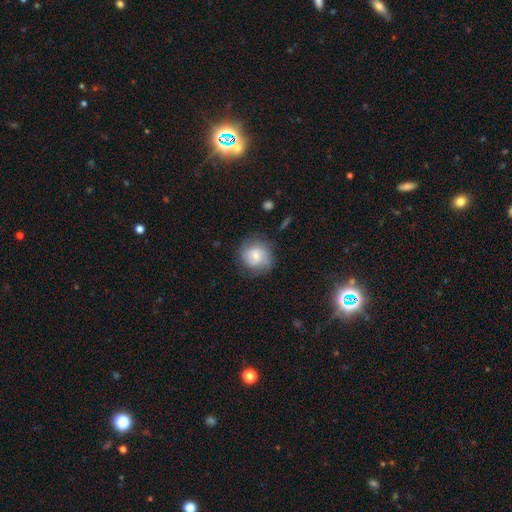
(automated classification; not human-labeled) Overall: featured or disk (46%, tied with smooth). Merging: none (73%).